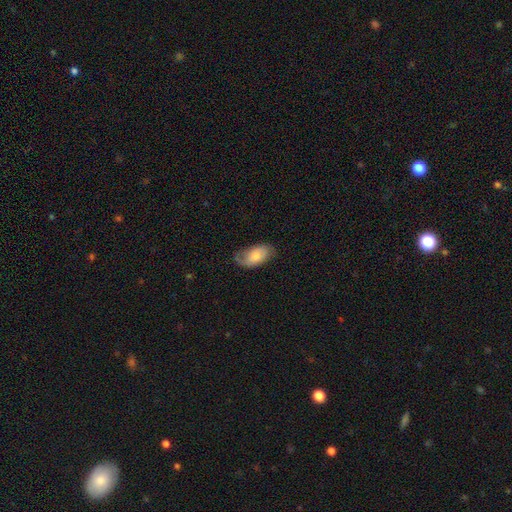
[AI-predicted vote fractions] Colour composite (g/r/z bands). It shows a smooth galaxy with no disk features (60%) that is in between round and cigar-shaped (93%). Merging: none (58%).